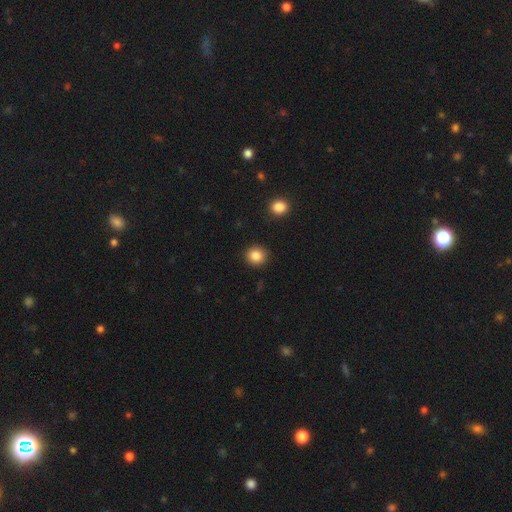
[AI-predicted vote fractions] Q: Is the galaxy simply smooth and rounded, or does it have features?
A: smooth — 85%.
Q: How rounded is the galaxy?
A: round — 91%.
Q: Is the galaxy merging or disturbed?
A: none — 91%.